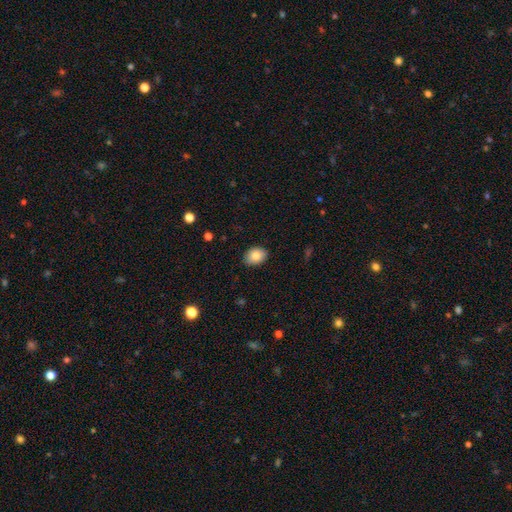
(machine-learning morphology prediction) This is clearly a smooth galaxy (84%). How rounded: likely in between (74%). Merging: clearly none (85%).